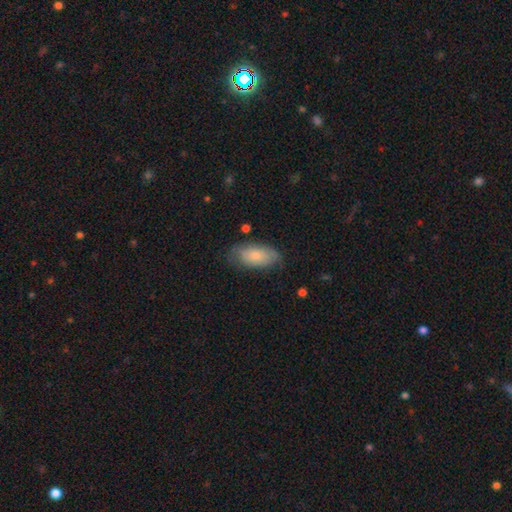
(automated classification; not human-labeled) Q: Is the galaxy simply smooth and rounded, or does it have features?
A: smooth — 74%.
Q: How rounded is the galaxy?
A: in between — 92%.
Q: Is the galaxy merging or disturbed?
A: none — 70%.